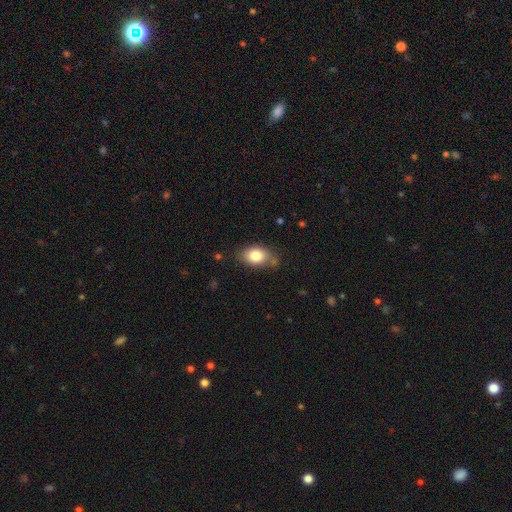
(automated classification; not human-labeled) Smooth or featured? Predicted: smooth (p=0.81). How rounded? Predicted: in between (p=0.83). Merging? Predicted: none (p=0.72).